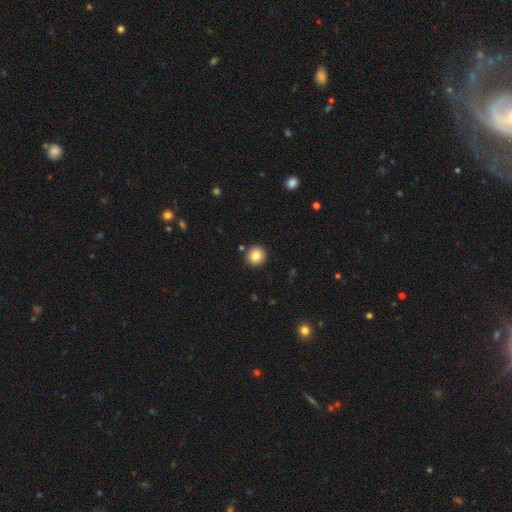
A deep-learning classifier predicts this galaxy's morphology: Smooth or featured? Predicted: smooth (p=0.83). How rounded? Predicted: round (p=0.91). Merging? Predicted: none (p=0.88).